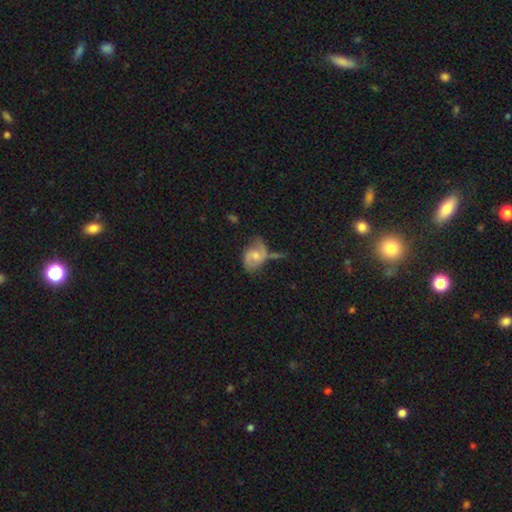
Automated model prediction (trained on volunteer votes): smooth_or_featured: featured or disk (p=0.62) [alt: smooth p=0.31]
disk_edge_on: no (p=0.97) [alt: yes p=0.03]
bar: no (p=0.56) [alt: weak p=0.37]
has_spiral_arms: yes (p=0.86) [alt: no p=0.14]
spiral_winding: medium (p=0.44) [alt: loose p=0.37]
spiral_arm_count: 2 (p=0.79) [alt: can't tell p=0.10]
bulge_size: moderate (p=0.51) [alt: small p=0.38]
merging: none (p=0.41) [alt: minor disturbance p=0.27]